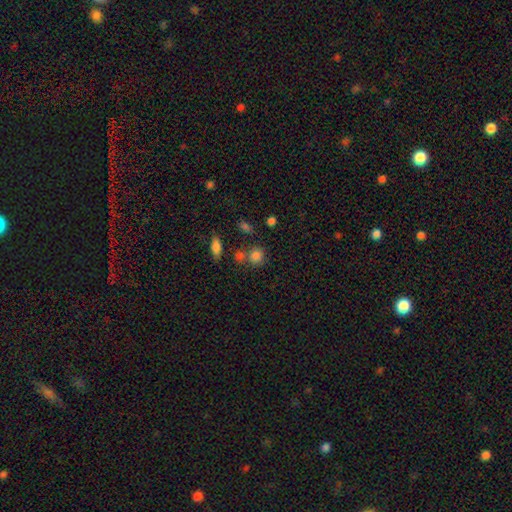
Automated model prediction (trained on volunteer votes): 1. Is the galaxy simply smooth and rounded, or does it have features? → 81% smooth, 12% star or artifact, 7% featured or disk.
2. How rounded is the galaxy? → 79% round, 19% in between, 1% cigar-shaped.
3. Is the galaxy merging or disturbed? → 61% none, 22% merger, 12% minor disturbance, 5% major disturbance.